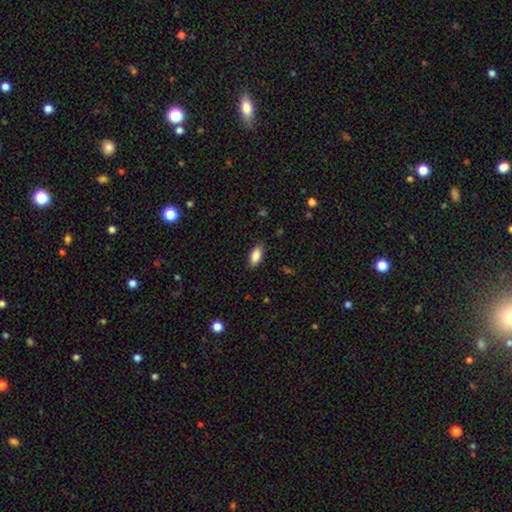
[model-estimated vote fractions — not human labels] This appears to be a smooth galaxy with no disk features (87%) that is in between round and cigar-shaped (88%). Merging: none (83%).